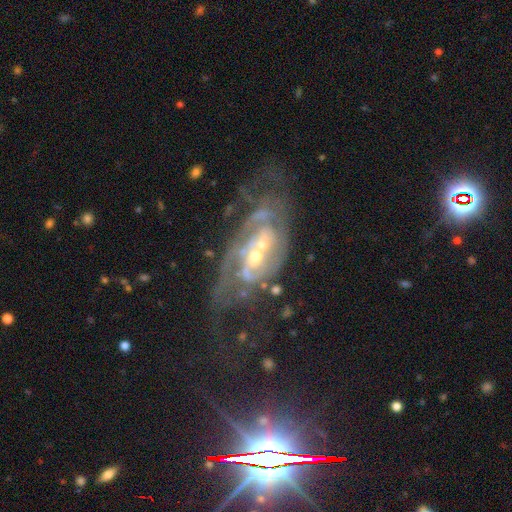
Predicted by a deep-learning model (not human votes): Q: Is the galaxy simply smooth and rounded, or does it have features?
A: featured or disk — 81%.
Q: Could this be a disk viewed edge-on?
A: no — 94%.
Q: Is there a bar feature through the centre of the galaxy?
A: no — 51%.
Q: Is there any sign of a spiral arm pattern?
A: yes — 83%.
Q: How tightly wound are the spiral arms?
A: tight — 46%.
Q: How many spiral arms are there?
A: can't tell — 39%.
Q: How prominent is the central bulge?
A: small — 52%.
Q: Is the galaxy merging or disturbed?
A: none — 38%.